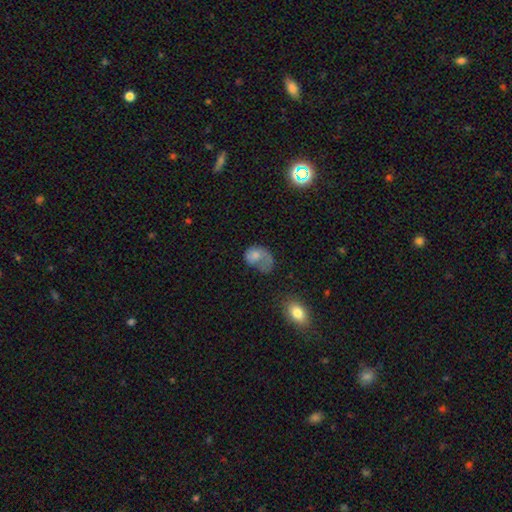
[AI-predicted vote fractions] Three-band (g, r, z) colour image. It shows a smooth galaxy with no disk features (58%) that is in between round and cigar-shaped (68%). Merging: major disturbance (52%).